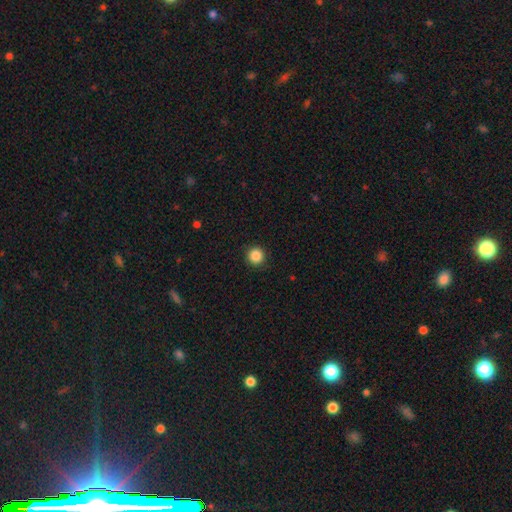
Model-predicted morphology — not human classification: Smooth or featured: smooth — 86% (star or artifact — 10%)
How rounded: round — 95% (in between — 4%)
Merging: none — 92% (minor disturbance — 6%)